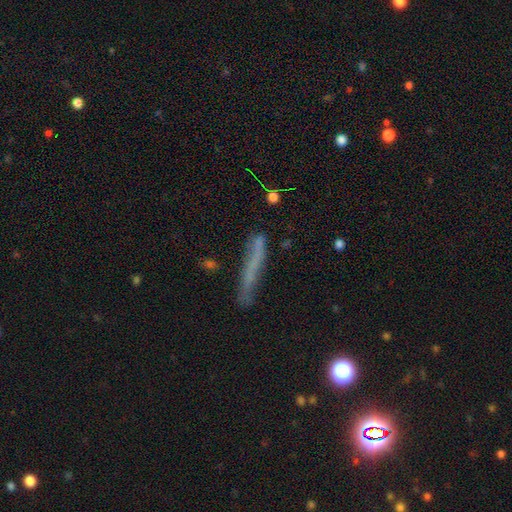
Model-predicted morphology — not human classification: A smooth galaxy with no disk features (52%) that is cigar-shaped (93%).

Vote fractions:
- Smooth or featured? smooth: 52% / featured or disk: 37% / star or artifact: 11%
- How rounded? cigar-shaped: 93% / in between: 5% / round: 2%
- Merging? none: 66% / minor disturbance: 22% / major disturbance: 8% / merger: 4%